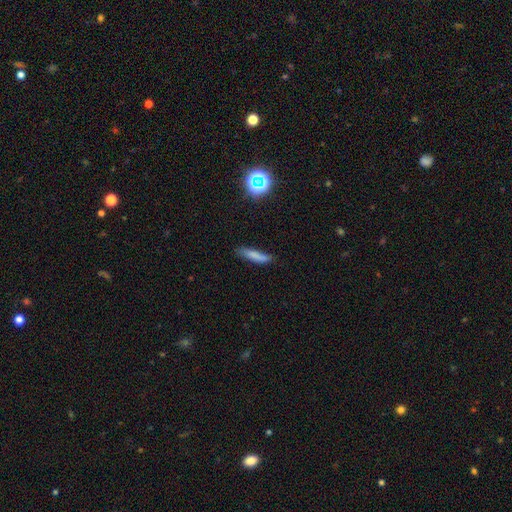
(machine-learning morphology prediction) This is likely a smooth galaxy (77%). How rounded: clearly cigar-shaped (81%). Merging: likely none (71%).